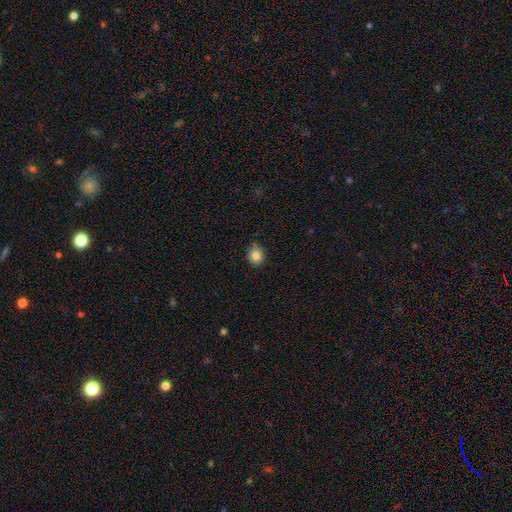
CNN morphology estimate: Q: Smooth or featured?
A: smooth (84%); runner-up: star or artifact (10%)
Q: How rounded?
A: round (81%); runner-up: in between (18%)
Q: Merging?
A: none (86%); runner-up: minor disturbance (11%)